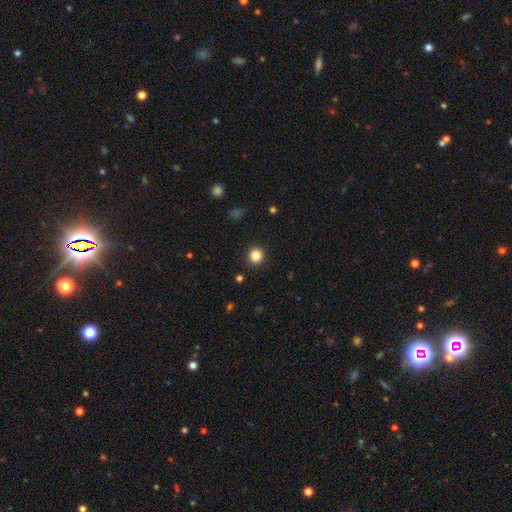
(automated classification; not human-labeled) smooth-or-featured: smooth: 84% | star or artifact: 12% | featured or disk: 4%
  how-rounded: round: 90% | in between: 9% | cigar-shaped: 1%
  merging: none: 92% | minor disturbance: 5% | major disturbance: 2% | merger: 1%